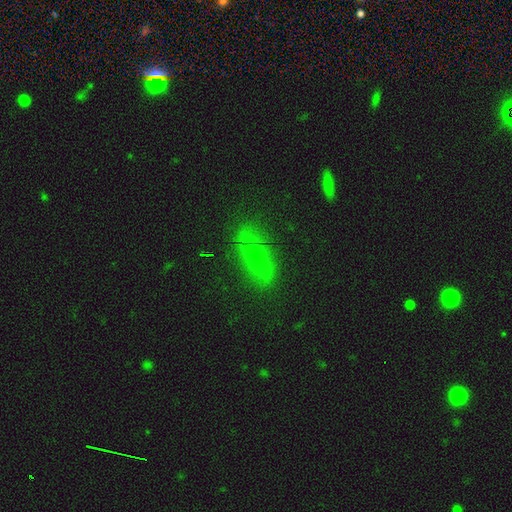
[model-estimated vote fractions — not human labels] This is possibly a smooth galaxy (53%). How rounded: likely in between (72%). Merging: likely none (71%).